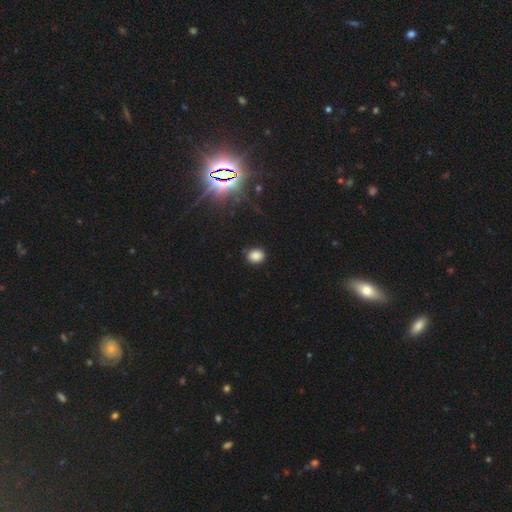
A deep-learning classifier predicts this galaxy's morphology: Smooth or featured? smooth (83%)
How rounded? round (55%)
Merging? none (83%)